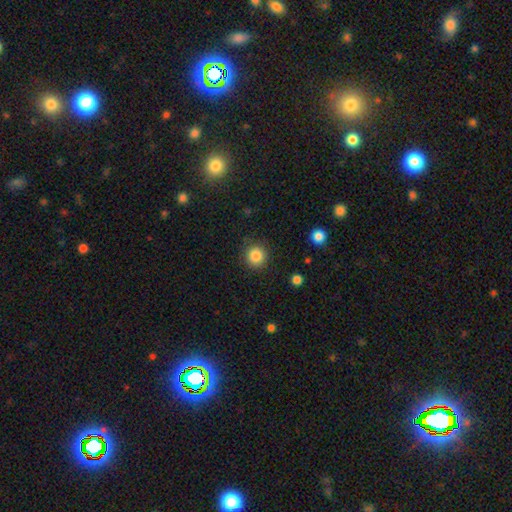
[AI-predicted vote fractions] smooth 85%, star or artifact 10%, featured or disk 5%. Down the decision tree: how rounded — round (93%); merging — none (88%).